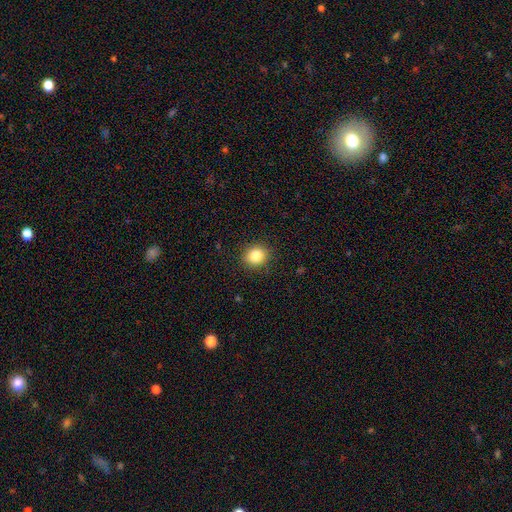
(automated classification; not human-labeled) smooth 84%, star or artifact 10%, featured or disk 6%. Down the decision tree: how rounded — round (78%); merging — none (90%).